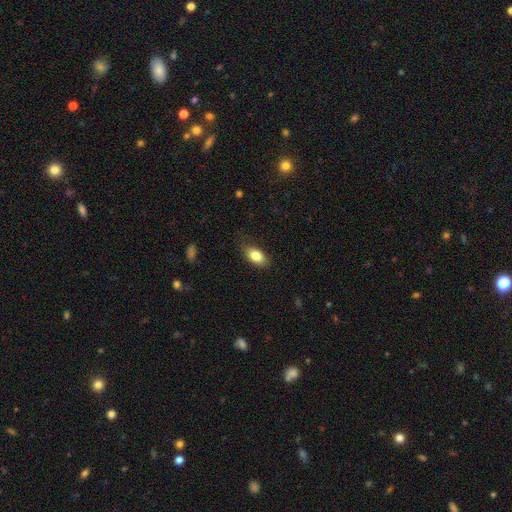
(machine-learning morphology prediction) A smooth galaxy with no disk features (84%) that is in between round and cigar-shaped (90%).

Vote fractions:
- Smooth or featured? smooth: 84% / featured or disk: 9% / star or artifact: 7%
- How rounded? in between: 90% / round: 6% / cigar-shaped: 4%
- Merging? none: 79% / minor disturbance: 16% / major disturbance: 4% / merger: 1%